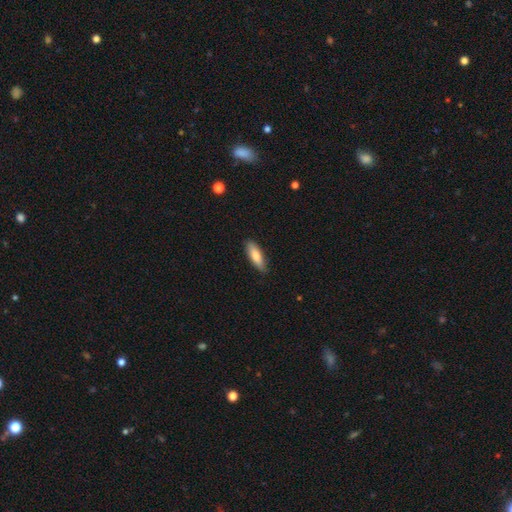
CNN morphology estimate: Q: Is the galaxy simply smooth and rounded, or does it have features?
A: smooth — 78%.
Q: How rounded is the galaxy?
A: in between — 51%.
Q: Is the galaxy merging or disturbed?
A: none — 84%.